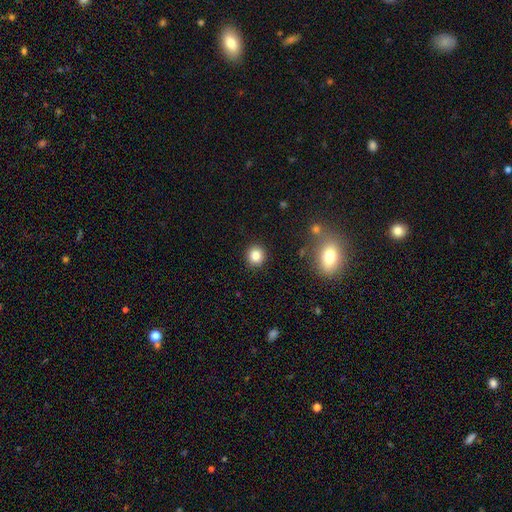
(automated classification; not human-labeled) smooth_or_featured: smooth (p=0.84) [alt: star or artifact p=0.11]
how_rounded: round (p=0.89) [alt: in between p=0.10]
merging: none (p=0.90) [alt: minor disturbance p=0.06]